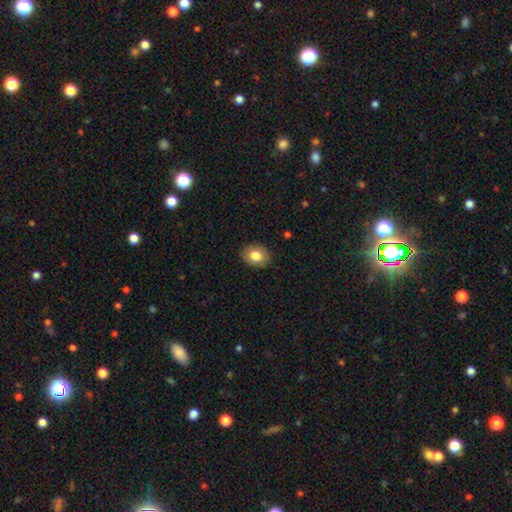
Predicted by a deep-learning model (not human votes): Smooth or featured: smooth — 81% (featured or disk — 10%)
How rounded: round — 50% (in between — 49%)
Merging: none — 88% (minor disturbance — 9%)